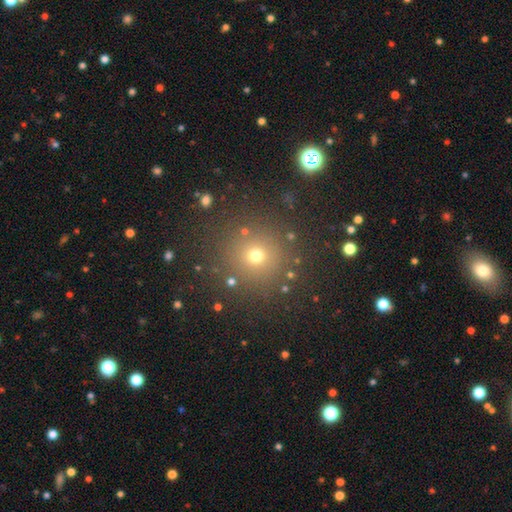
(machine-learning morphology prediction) smooth 68%, star or artifact 24%, featured or disk 8%. Down the decision tree: how rounded — round (94%); merging — none (86%).